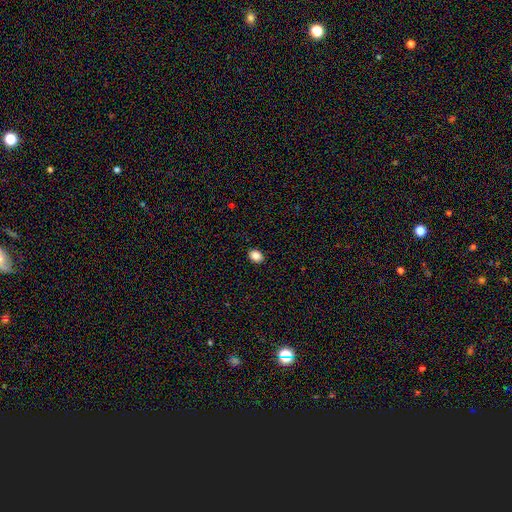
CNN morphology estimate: A smooth galaxy with no disk features (87%) that is in between round and cigar-shaped (59%). Merging: none (90%).